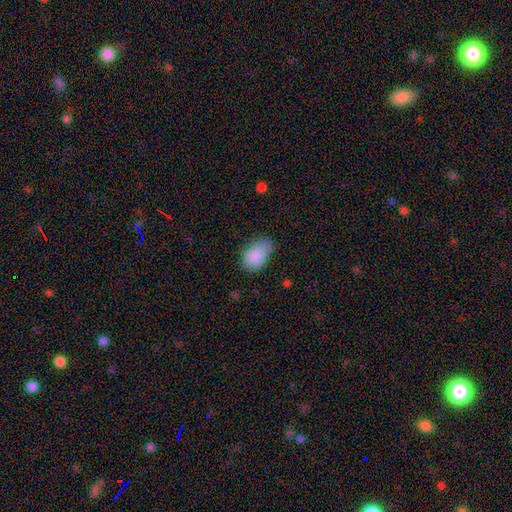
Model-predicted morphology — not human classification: Smooth or featured?
  - smooth: 86% *
  - star or artifact: 8%
  - featured or disk: 6%
How rounded?
  - in between: 83% *
  - round: 15%
  - cigar-shaped: 1%
Merging?
  - none: 51% *
  - minor disturbance: 36%
  - major disturbance: 10%
  - merger: 3%